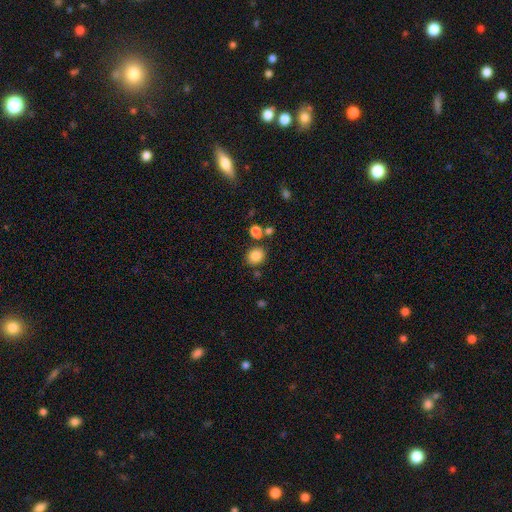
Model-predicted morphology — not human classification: type=smooth (84%); roundness=round (65%); merging=none (80%).